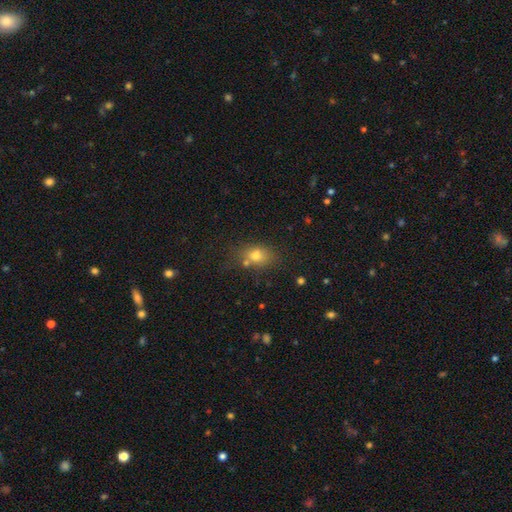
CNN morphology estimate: smooth 72%, star or artifact 16%, featured or disk 12%. Down the decision tree: how rounded — in between (59%); merging — none (62%).